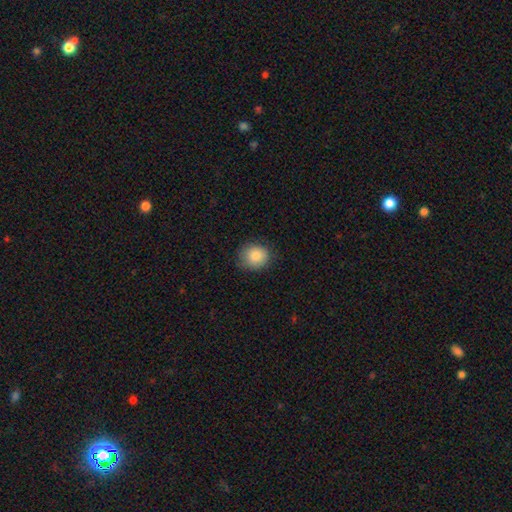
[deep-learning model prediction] This appears to be a smooth galaxy with no disk features (86%) that is round (79%). Merging: none (81%).